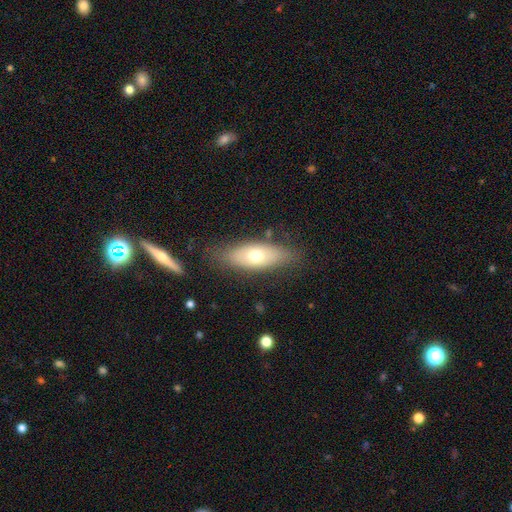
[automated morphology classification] Smooth or featured? Predicted: smooth (p=0.62). How rounded? Predicted: in between (p=0.73). Merging? Predicted: none (p=0.77).